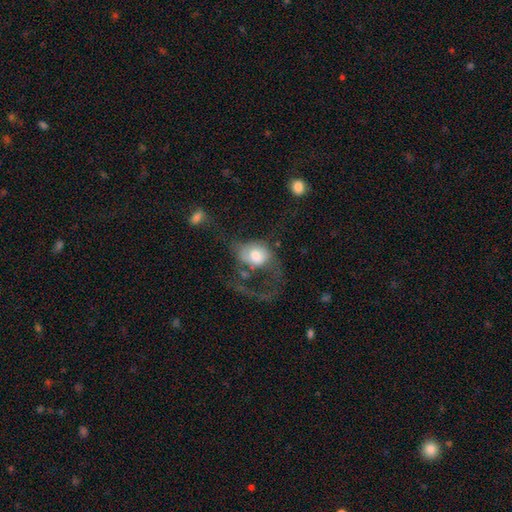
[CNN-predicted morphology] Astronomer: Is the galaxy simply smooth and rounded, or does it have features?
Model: smooth — 51% (runner-up: featured or disk, 41%).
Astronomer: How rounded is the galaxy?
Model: round — 50% (runner-up: in between, 49%).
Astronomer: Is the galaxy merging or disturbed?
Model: major disturbance — 64%.